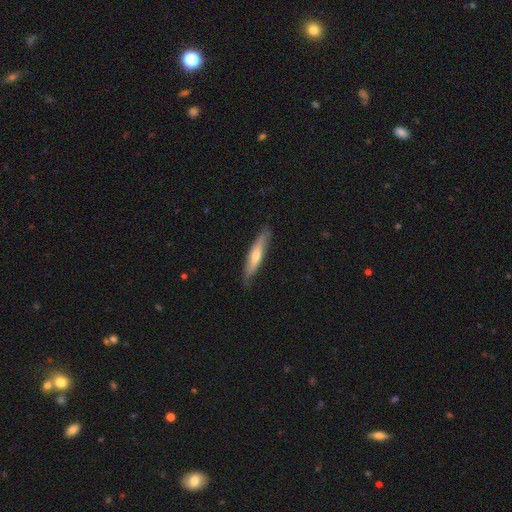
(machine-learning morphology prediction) A smooth galaxy with no disk features (55%) that is cigar-shaped (83%). Merging: none (81%).